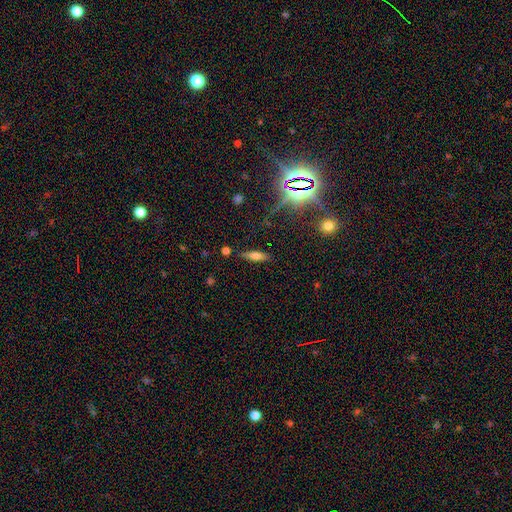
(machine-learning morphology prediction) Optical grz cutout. It shows a smooth galaxy with no disk features (59%) that is cigar-shaped (56%). Merging: none (83%).